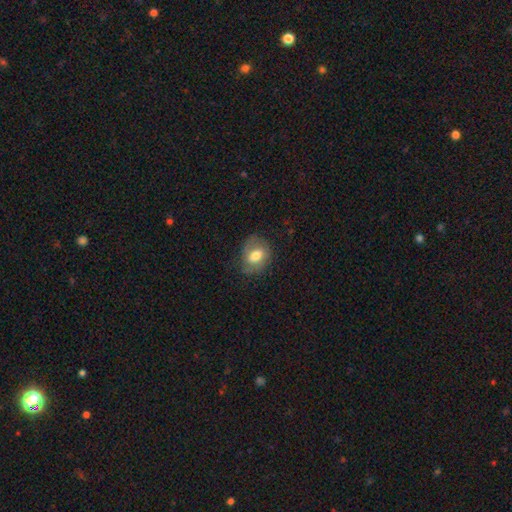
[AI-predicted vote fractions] This appears to be a smooth galaxy with no disk features (63%) that is in between round and cigar-shaped (59%). Merging: none (65%).